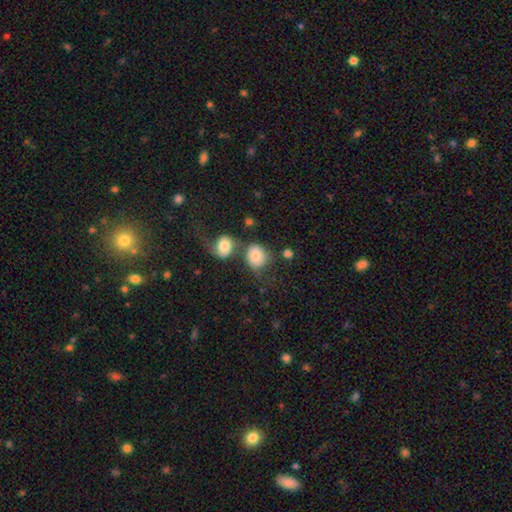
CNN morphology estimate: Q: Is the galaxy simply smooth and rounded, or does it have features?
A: smooth — 74%.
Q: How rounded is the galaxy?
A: round — 68%.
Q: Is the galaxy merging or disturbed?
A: none — 36%.